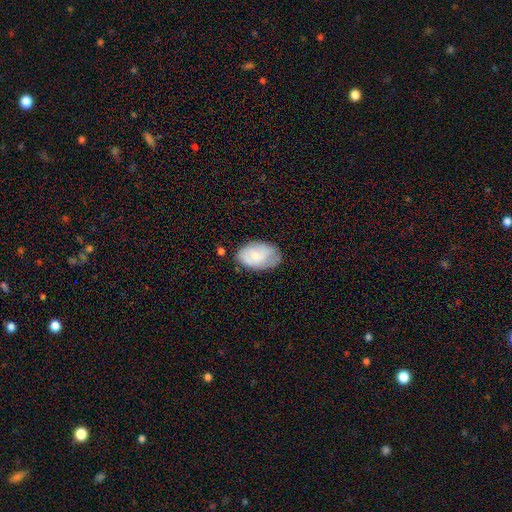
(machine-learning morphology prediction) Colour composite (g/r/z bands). It shows a smooth galaxy with no disk features (73%) that is in between round and cigar-shaped (92%). Merging: none (63%).